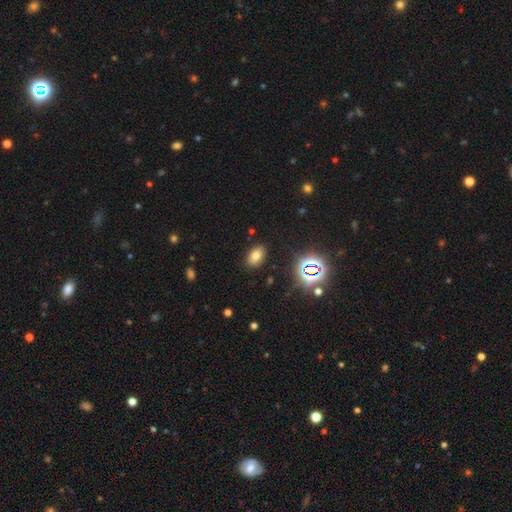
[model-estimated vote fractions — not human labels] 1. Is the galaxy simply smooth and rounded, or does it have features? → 69% smooth, 22% star or artifact, 9% featured or disk.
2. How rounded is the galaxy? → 89% in between, 10% round, 2% cigar-shaped.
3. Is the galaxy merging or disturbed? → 86% none, 9% minor disturbance, 3% major disturbance, 2% merger.